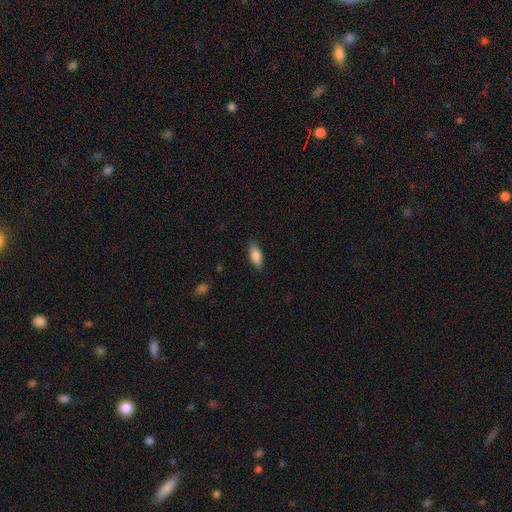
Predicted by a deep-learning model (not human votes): Smooth or featured? Predicted: smooth (p=0.84). How rounded? Predicted: in between (p=0.81). Merging? Predicted: none (p=0.87).